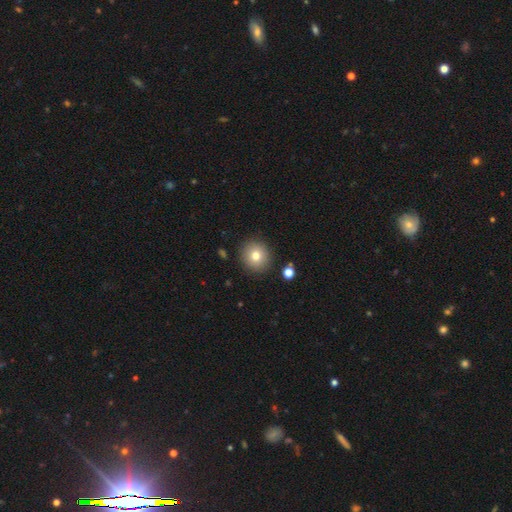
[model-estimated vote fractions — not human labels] Smooth or featured? Predicted: smooth (p=0.77). How rounded? Predicted: round (p=0.91). Merging? Predicted: none (p=0.89).